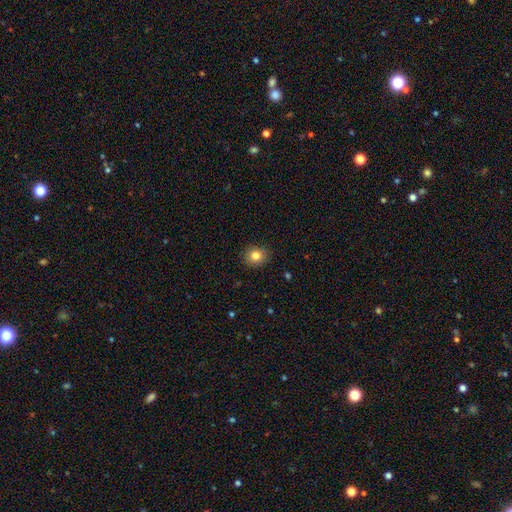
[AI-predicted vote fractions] smooth-or-featured: smooth: 82% | star or artifact: 11% | featured or disk: 7%
  how-rounded: round: 75% | in between: 24% | cigar-shaped: 1%
  merging: none: 90% | minor disturbance: 7% | major disturbance: 2% | merger: 1%